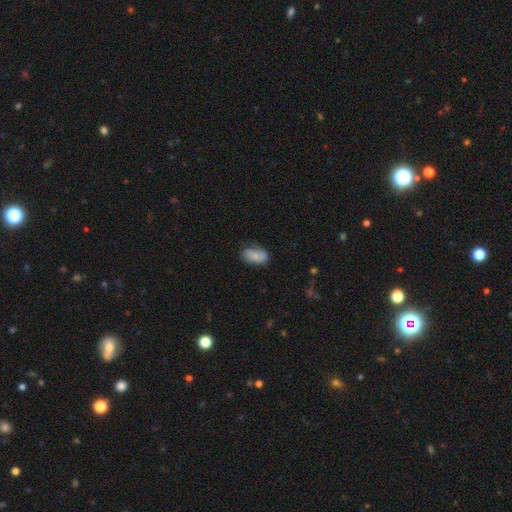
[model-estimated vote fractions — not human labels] smooth-or-featured: smooth: 77% | featured or disk: 16% | star or artifact: 7%
  how-rounded: in between: 92% | round: 4% | cigar-shaped: 3%
  merging: none: 67% | minor disturbance: 25% | major disturbance: 6% | merger: 2%